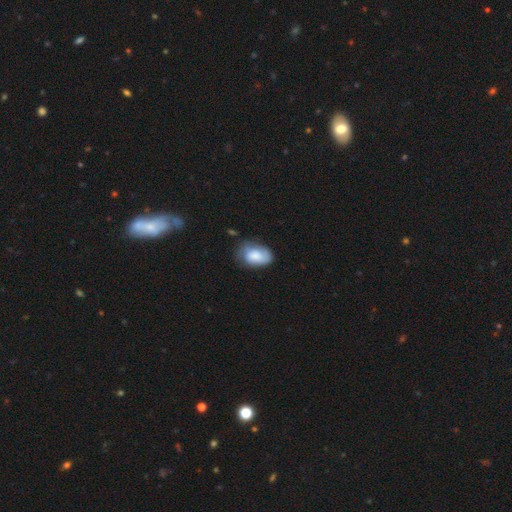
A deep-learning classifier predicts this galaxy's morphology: smooth-or-featured: smooth: 77% | featured or disk: 16% | star or artifact: 7%
  how-rounded: in between: 89% | round: 10% | cigar-shaped: 1%
  merging: none: 52% | minor disturbance: 34% | major disturbance: 11% | merger: 3%